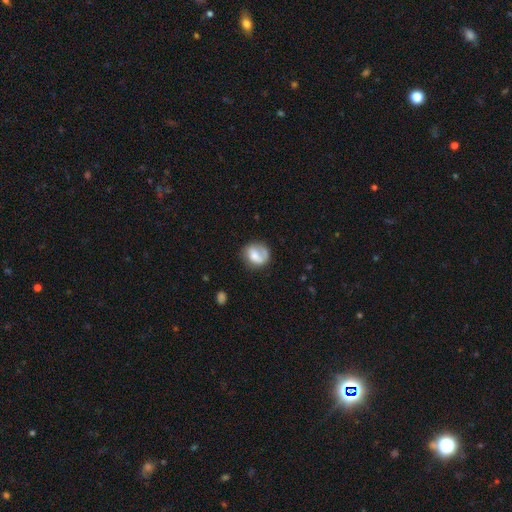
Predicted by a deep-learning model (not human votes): A smooth galaxy with no disk features (59%) that is round (66%).

Vote fractions:
- Smooth or featured? smooth: 59% / featured or disk: 33% / star or artifact: 8%
- How rounded? round: 66% / in between: 33% / cigar-shaped: 1%
- Merging? none: 54% / minor disturbance: 24% / major disturbance: 17% / merger: 5%